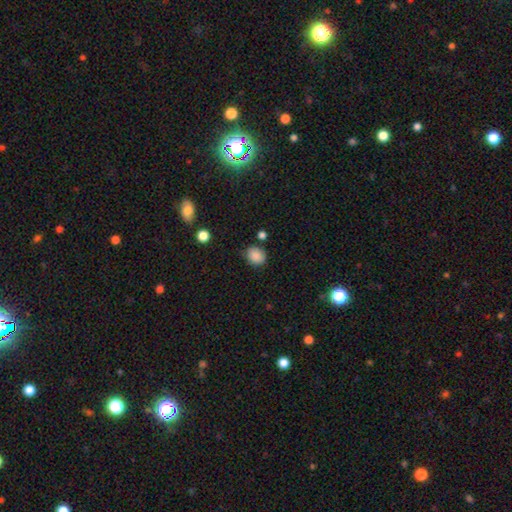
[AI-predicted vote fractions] A smooth galaxy with no disk features (86%) that is round (66%). Merging: none (75%).